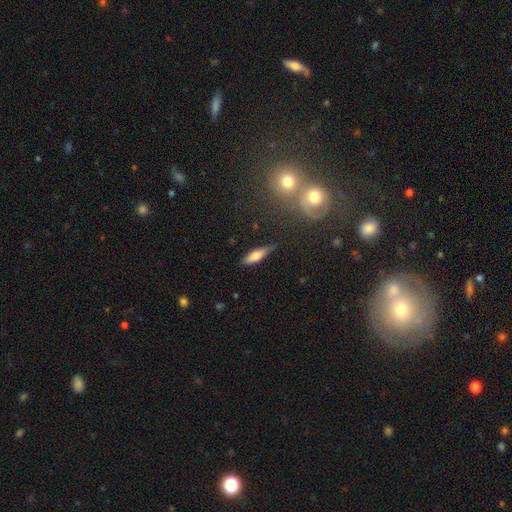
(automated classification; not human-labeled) smooth_or_featured: smooth (p=0.65) [alt: featured or disk p=0.28]
how_rounded: cigar-shaped (p=0.54) [alt: in between p=0.43]
merging: none (p=0.76) [alt: minor disturbance p=0.18]